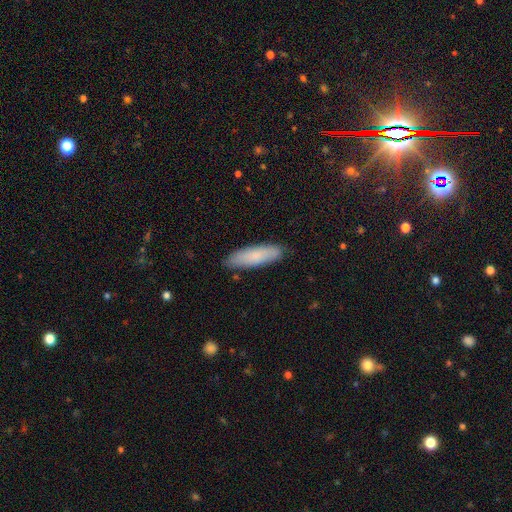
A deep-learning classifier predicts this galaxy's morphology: smooth-or-featured: smooth: 79% | featured or disk: 15% | star or artifact: 6%
  how-rounded: cigar-shaped: 62% | in between: 37% | round: 2%
  merging: none: 86% | minor disturbance: 11% | major disturbance: 2% | merger: 1%